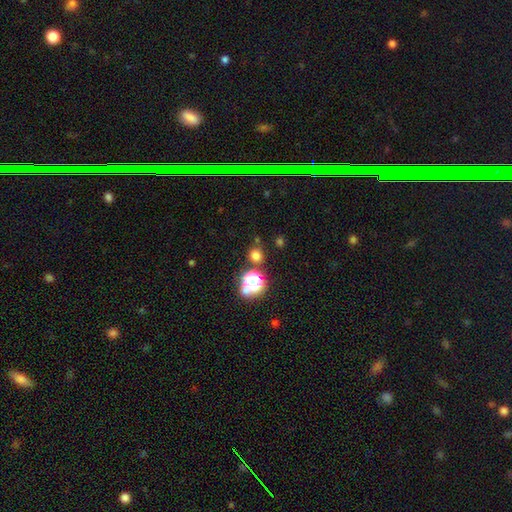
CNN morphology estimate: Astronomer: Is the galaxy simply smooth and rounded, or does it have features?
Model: smooth — 71%.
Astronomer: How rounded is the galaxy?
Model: round — 90%.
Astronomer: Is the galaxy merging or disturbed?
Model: none — 81%.